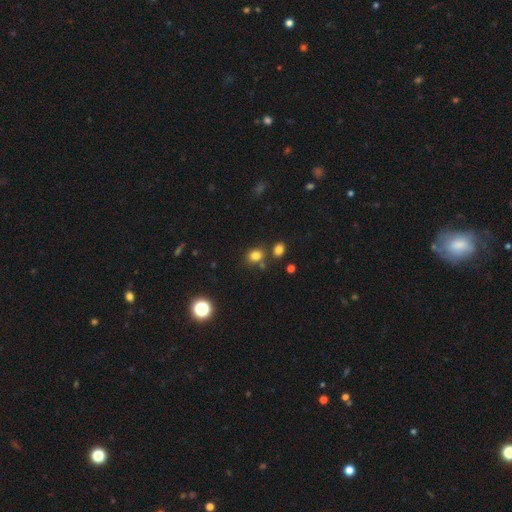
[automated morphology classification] Q: Smooth or featured?
A: smooth (79%); runner-up: star or artifact (14%)
Q: How rounded?
A: round (57%); runner-up: in between (42%)
Q: Merging?
A: none (70%); runner-up: merger (14%)